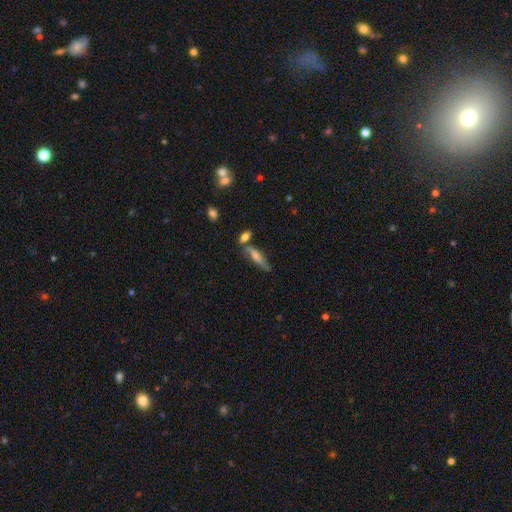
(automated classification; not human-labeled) This is possibly a smooth galaxy (47%). Merging: likely none (62%).